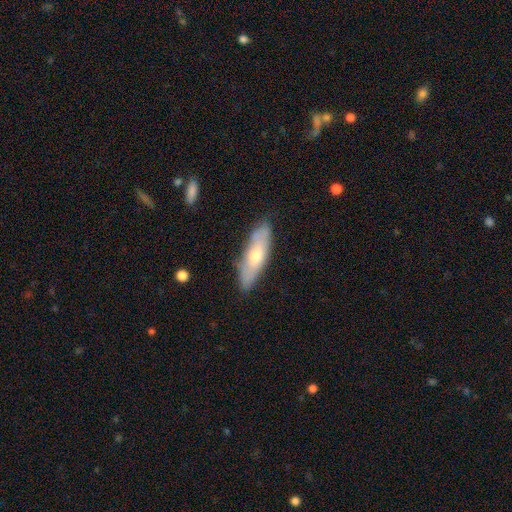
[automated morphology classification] Overall: smooth (52%; featured or disk 41%). How rounded: in between (50%; cigar-shaped 47%). Merging: none (81%).